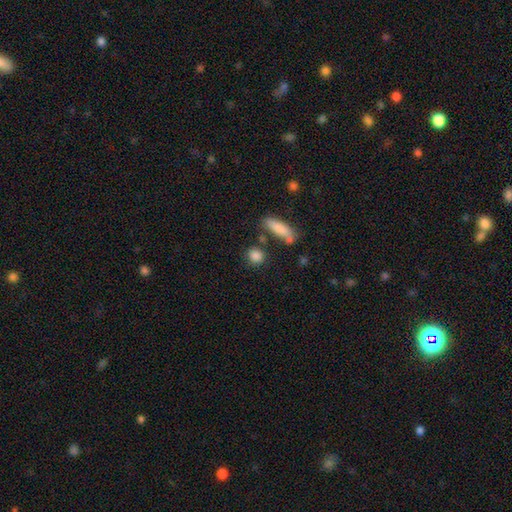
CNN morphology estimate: smooth 85%, star or artifact 9%, featured or disk 6%. Down the decision tree: how rounded — round (71%); merging — none (74%).